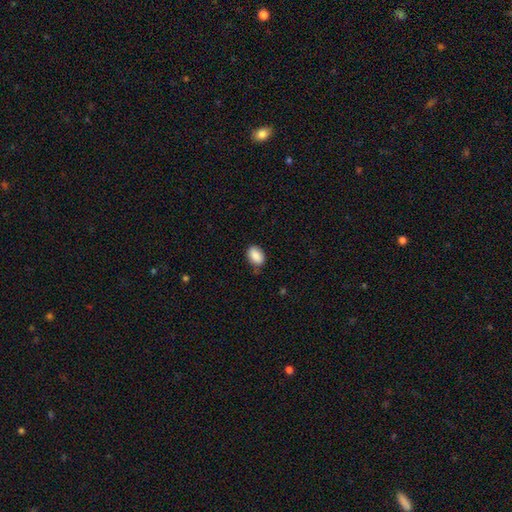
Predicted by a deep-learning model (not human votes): A smooth galaxy with no disk features (88%) that is in between round and cigar-shaped (85%). Merging: none (76%).